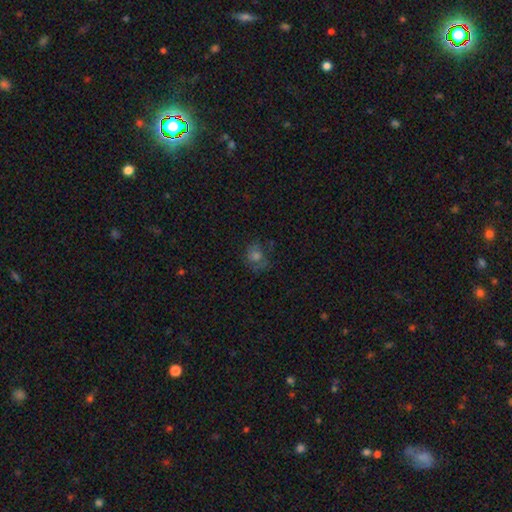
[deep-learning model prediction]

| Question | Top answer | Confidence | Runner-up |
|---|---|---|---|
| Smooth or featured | smooth | 51% | featured or disk (26%) |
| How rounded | round | 73% | in between (26%) |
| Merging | none | 64% | minor disturbance (21%) |